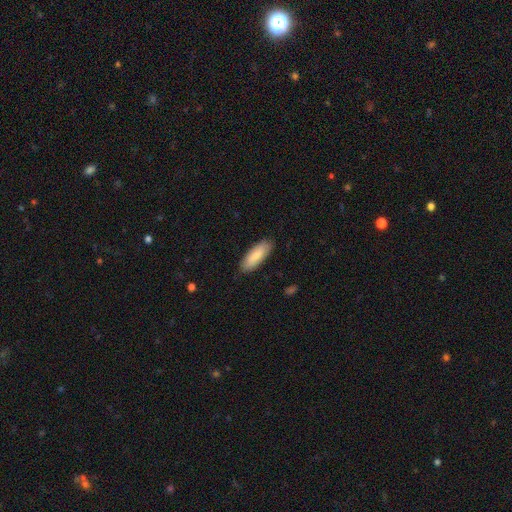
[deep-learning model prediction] Smooth or featured?
  - smooth: 85% *
  - featured or disk: 10%
  - star or artifact: 5%
How rounded?
  - in between: 65% *
  - cigar-shaped: 33%
  - round: 1%
Merging?
  - none: 86% *
  - minor disturbance: 11%
  - major disturbance: 2%
  - merger: 1%